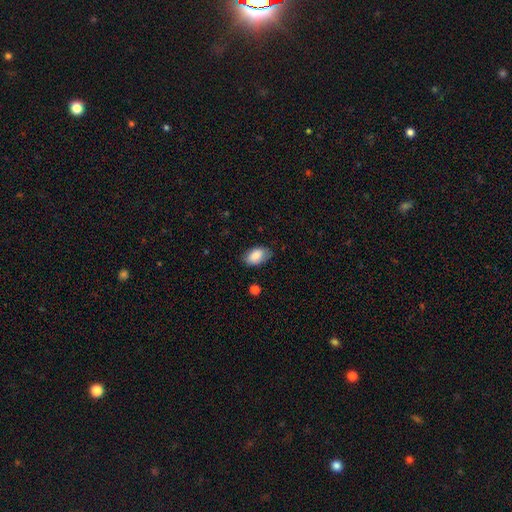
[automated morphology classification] Q: Smooth or featured?
A: smooth (85%); runner-up: featured or disk (8%)
Q: How rounded?
A: in between (93%); runner-up: round (6%)
Q: Merging?
A: none (76%); runner-up: minor disturbance (19%)